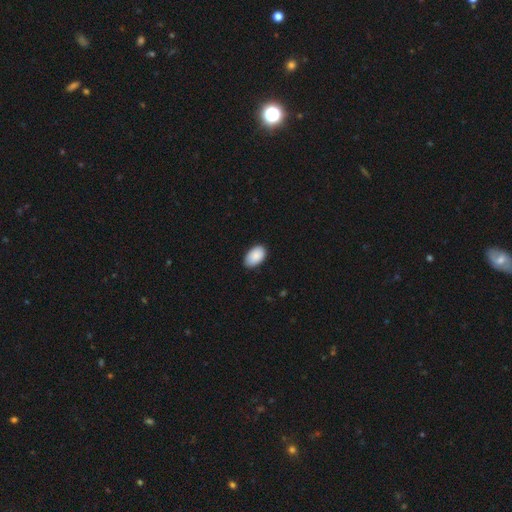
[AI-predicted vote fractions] smooth 89%, star or artifact 6%, featured or disk 5%. Down the decision tree: how rounded — in between (94%); merging — none (84%).